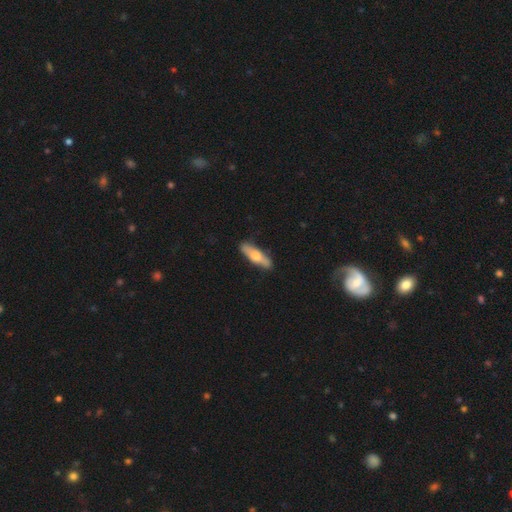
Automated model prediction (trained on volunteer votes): Q: Smooth or featured?
A: smooth (57%); runner-up: featured or disk (39%)
Q: How rounded?
A: cigar-shaped (60%); runner-up: in between (38%)
Q: Merging?
A: none (87%); runner-up: minor disturbance (10%)